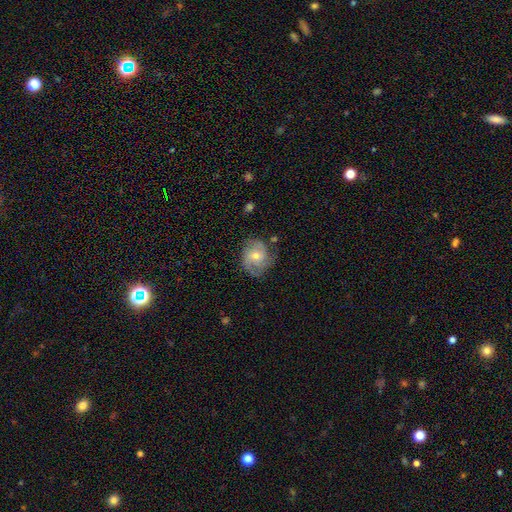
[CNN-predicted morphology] Smooth or featured? featured or disk (70%)
Edge-on disk? no (97%)
Bar? no (69%)
Spiral arms? yes (91%)
Spiral winding? medium (45%)
Spiral arm count? 2 (34%)
Bulge size? moderate (51%)
Merging? none (66%)